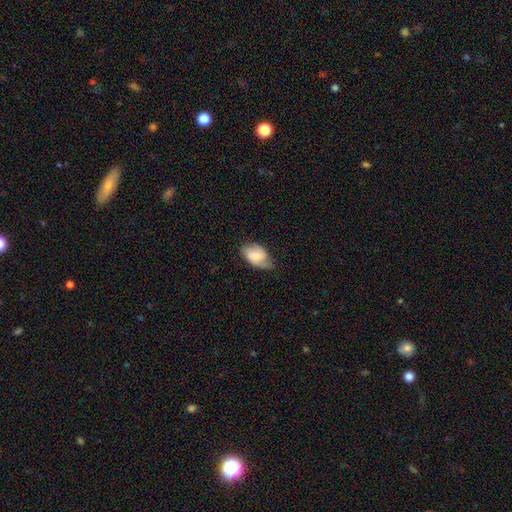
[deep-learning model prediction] Overall: smooth (52%; featured or disk 40%). How rounded: in between (91%). Merging: none (62%; minor disturbance 28%).